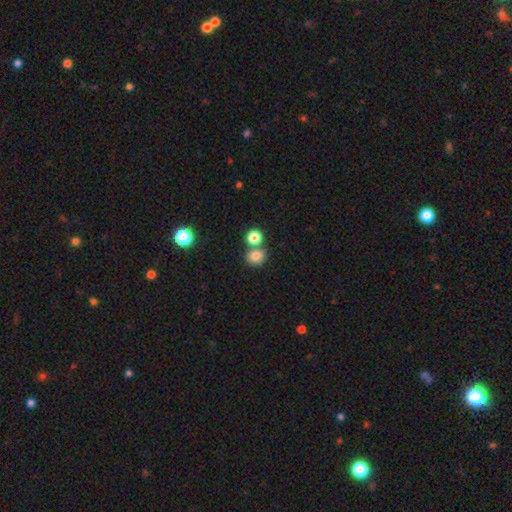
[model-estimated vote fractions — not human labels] Morphology: type=smooth (81%); roundness=round (76%); merging=none (60%).